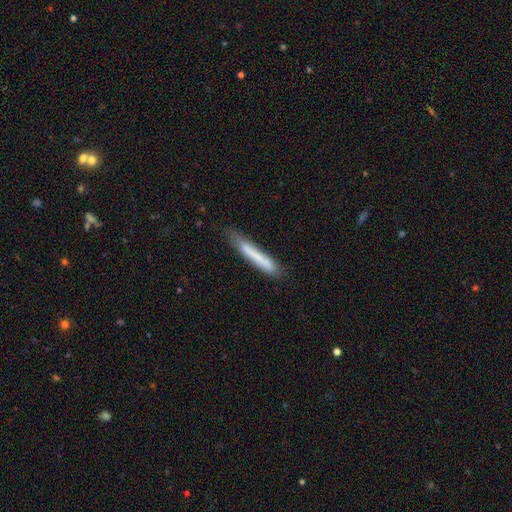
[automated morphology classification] smooth 69%, featured or disk 24%, star or artifact 7%. Down the decision tree: how rounded — cigar-shaped (95%); merging — none (71%).